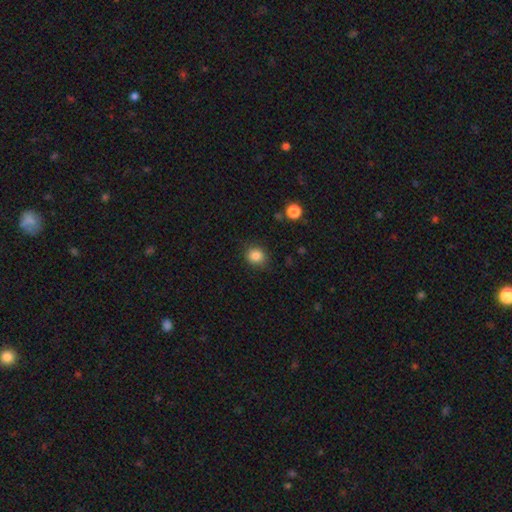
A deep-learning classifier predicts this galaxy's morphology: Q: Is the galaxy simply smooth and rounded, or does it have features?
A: smooth — 85%.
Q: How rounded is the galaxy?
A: round — 79%.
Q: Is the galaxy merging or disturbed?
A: none — 86%.